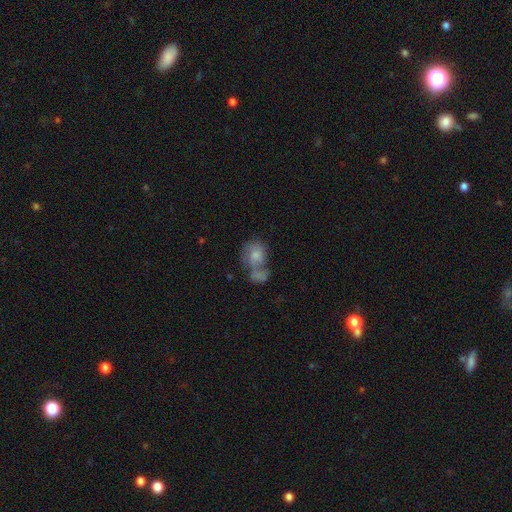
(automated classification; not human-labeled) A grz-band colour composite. It shows a smooth galaxy with no disk features (58%) that is in between round and cigar-shaped (57%). Merging: merger (52%).